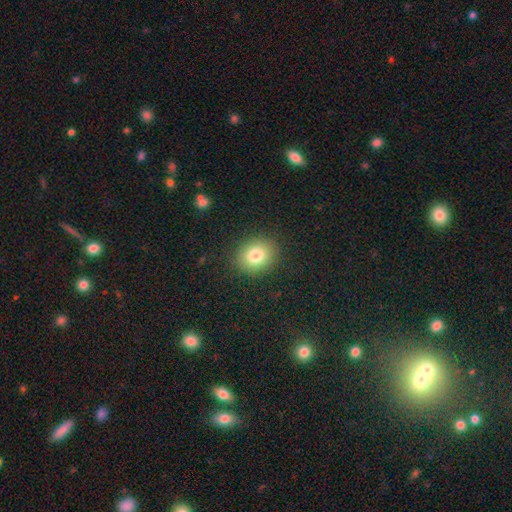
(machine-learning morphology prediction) Overall: smooth (80%). How rounded: round (67%; in between 32%). Merging: none (88%).